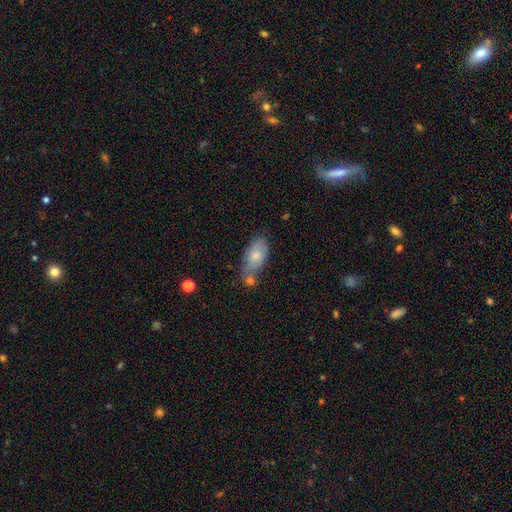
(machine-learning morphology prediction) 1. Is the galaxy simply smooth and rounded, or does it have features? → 73% smooth, 20% featured or disk, 7% star or artifact.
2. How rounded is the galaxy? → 91% in between, 5% cigar-shaped, 4% round.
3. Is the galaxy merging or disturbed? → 45% none, 25% merger, 22% minor disturbance, 7% major disturbance.